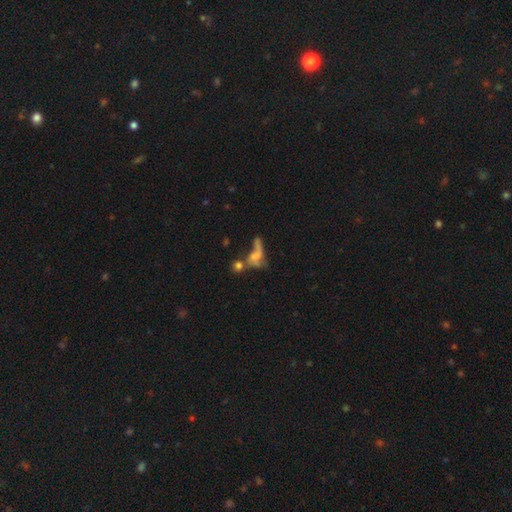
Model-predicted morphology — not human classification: Overall: smooth (44%; featured or disk 40%). Merging: merger (40%; major disturbance 28%).